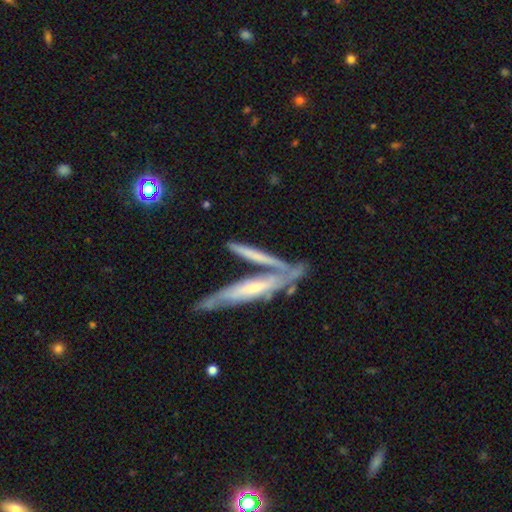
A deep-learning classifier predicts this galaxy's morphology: featured or disk 61%, smooth 32%, star or artifact 6%. Down the decision tree: edge-on disk — yes (70%); merging — none (50%).